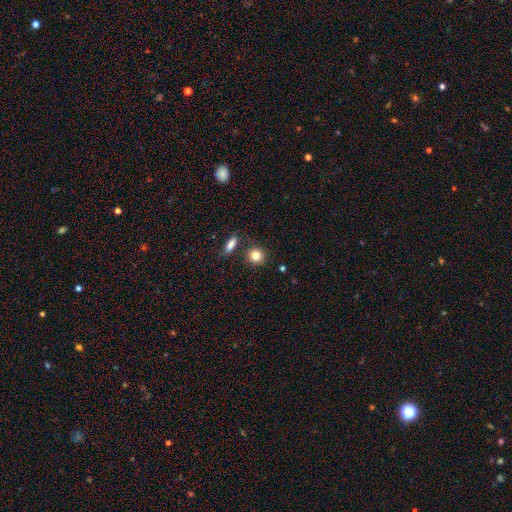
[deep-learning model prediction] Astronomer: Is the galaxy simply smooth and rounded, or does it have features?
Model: smooth — 83%.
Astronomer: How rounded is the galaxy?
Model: round — 87%.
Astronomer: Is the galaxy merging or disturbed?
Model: none — 82%.